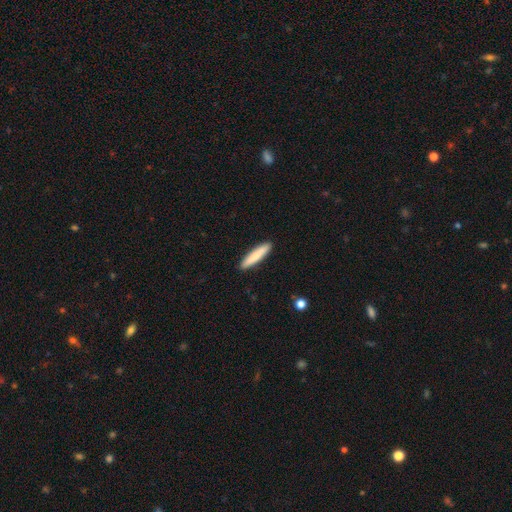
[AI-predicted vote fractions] Morphology: type=smooth (80%); roundness=cigar-shaped (87%); merging=none (91%).